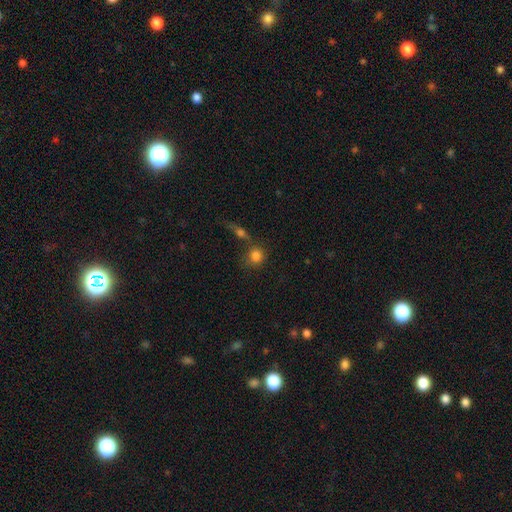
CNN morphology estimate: A smooth galaxy with no disk features (81%) that is round (83%). Merging: none (53%).